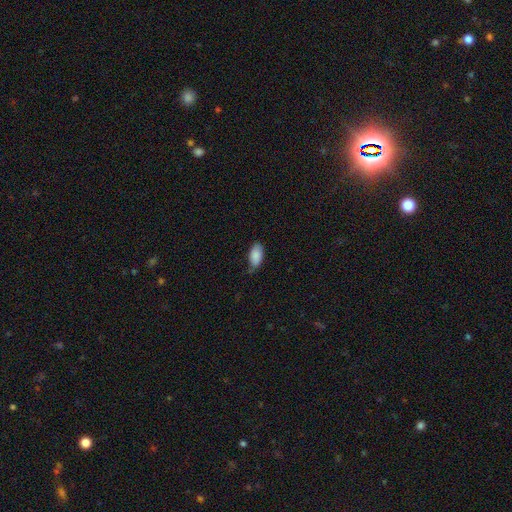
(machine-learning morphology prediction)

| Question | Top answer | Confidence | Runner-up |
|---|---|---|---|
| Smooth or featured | smooth | 86% | featured or disk (7%) |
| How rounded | in between | 94% | cigar-shaped (3%) |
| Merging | none | 58% | minor disturbance (34%) |